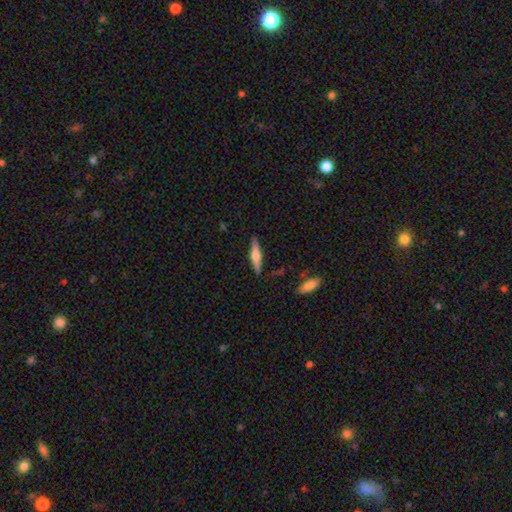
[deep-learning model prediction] smooth_or_featured: featured or disk (p=0.52) [alt: smooth p=0.42]
disk_edge_on: yes (p=0.96) [alt: no p=0.04]
edge_on_bulge: rounded (p=0.86) [alt: boxy p=0.09]
merging: none (p=0.88) [alt: minor disturbance p=0.08]